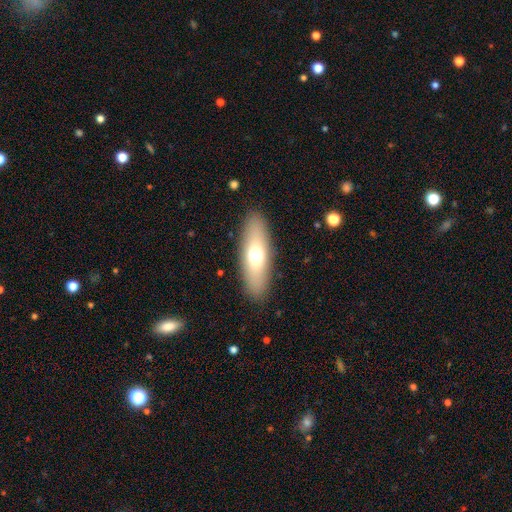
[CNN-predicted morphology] The model was most divided on "how rounded": in between: 60%, cigar-shaped: 37%, round: 3%. More confident: merging — none (88%); smooth or featured — smooth (66%).